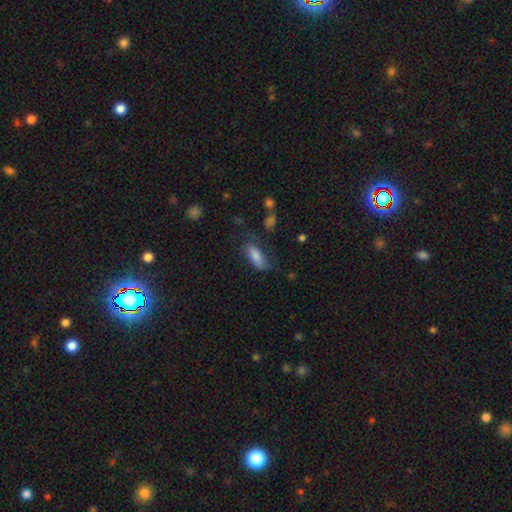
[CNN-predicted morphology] The model was most divided on "merging": none: 56%, minor disturbance: 28%, major disturbance: 13%, merger: 3%. More confident: smooth or featured — smooth (77%); how rounded — in between (76%).